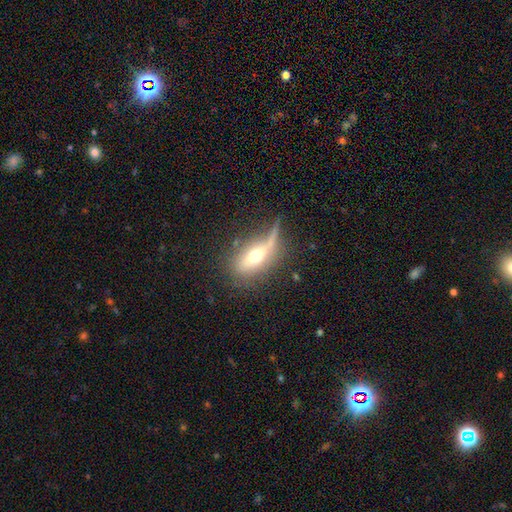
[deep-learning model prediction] Morphology: type=smooth (46%); merging=none (52%).